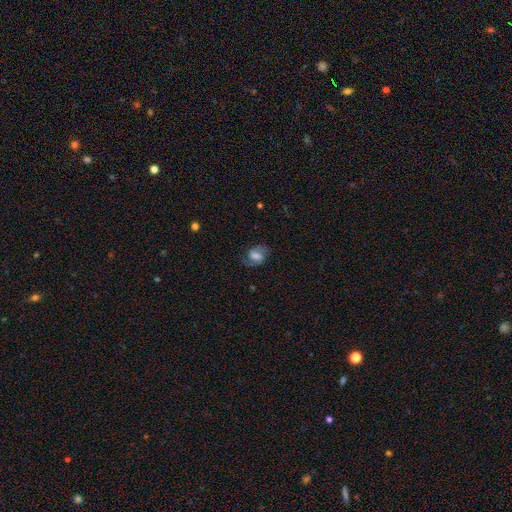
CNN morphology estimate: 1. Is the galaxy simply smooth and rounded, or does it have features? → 47% smooth, 43% featured or disk, 9% star or artifact.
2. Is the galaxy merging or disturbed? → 70% none, 19% minor disturbance, 9% major disturbance, 1% merger.